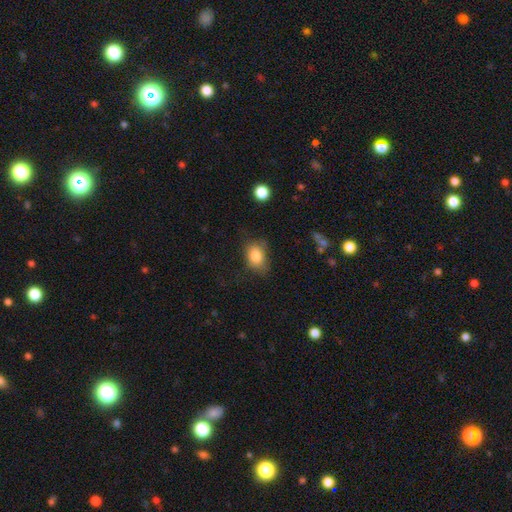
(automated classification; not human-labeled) A smooth galaxy with no disk features (82%) that is in between round and cigar-shaped (73%). Merging: none (60%).